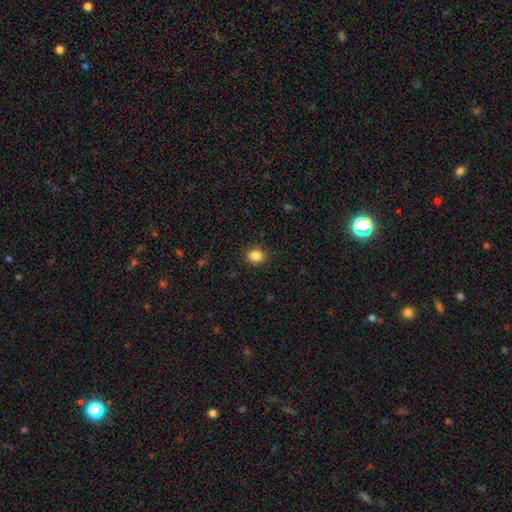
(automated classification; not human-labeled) Smooth or featured?
  - smooth: 86% *
  - star or artifact: 10%
  - featured or disk: 4%
How rounded?
  - round: 62% *
  - in between: 37%
  - cigar-shaped: 1%
Merging?
  - none: 89% *
  - minor disturbance: 8%
  - major disturbance: 2%
  - merger: 1%